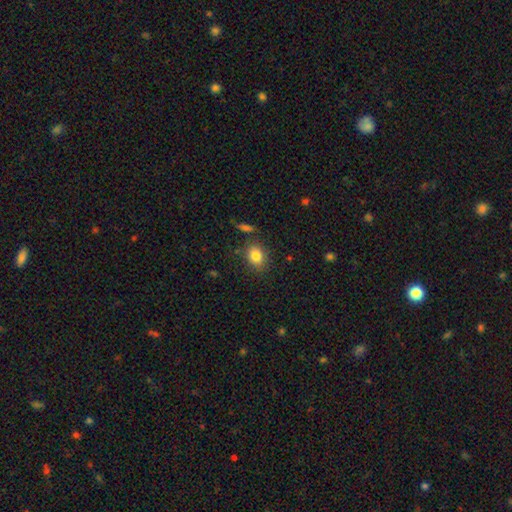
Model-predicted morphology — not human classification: A smooth galaxy with no disk features (83%) that is in between round and cigar-shaped (50%).

Vote fractions:
- Smooth or featured? smooth: 83% / star or artifact: 10% / featured or disk: 7%
- How rounded? in between: 50% / round: 49% / cigar-shaped: 1%
- Merging? none: 82% / minor disturbance: 11% / merger: 4% / major disturbance: 3%